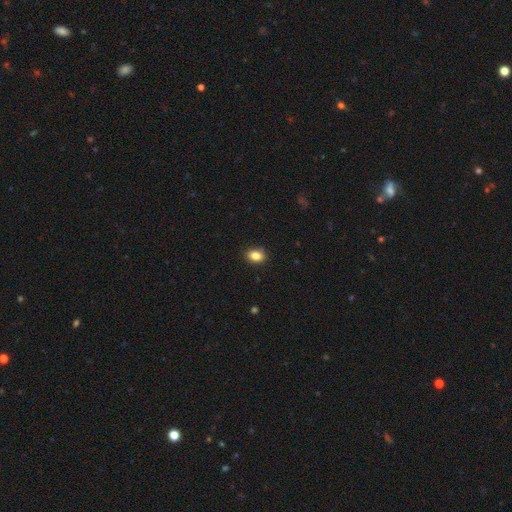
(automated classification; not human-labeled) Q: Smooth or featured?
A: smooth (84%); runner-up: star or artifact (10%)
Q: How rounded?
A: in between (71%); runner-up: round (28%)
Q: Merging?
A: none (88%); runner-up: minor disturbance (9%)